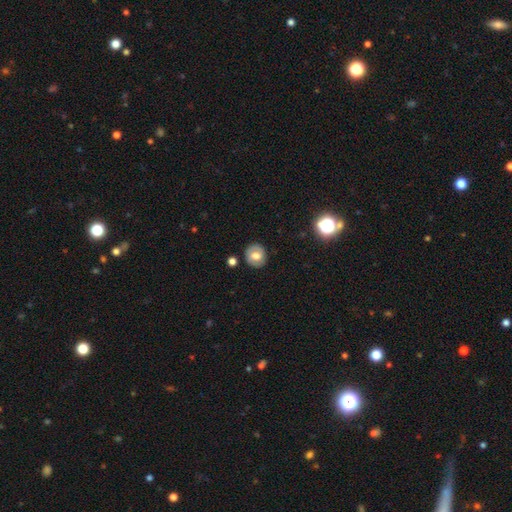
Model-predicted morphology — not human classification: Smooth or featured? Predicted: smooth (p=0.61). How rounded? Predicted: round (p=0.80). Merging? Predicted: none (p=0.85).